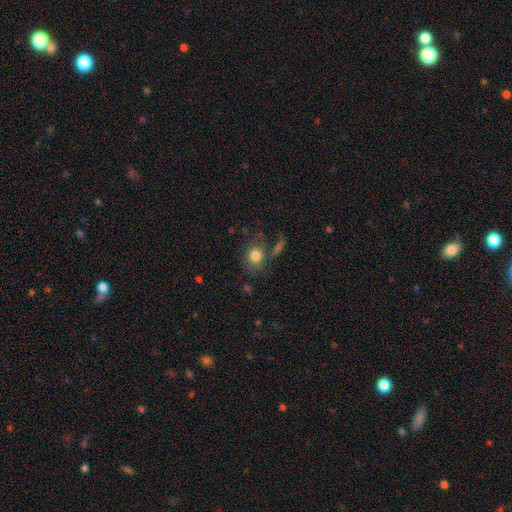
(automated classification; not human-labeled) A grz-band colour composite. It shows a smooth galaxy with no disk features (80%) that is round (70%). Merging: none (67%).